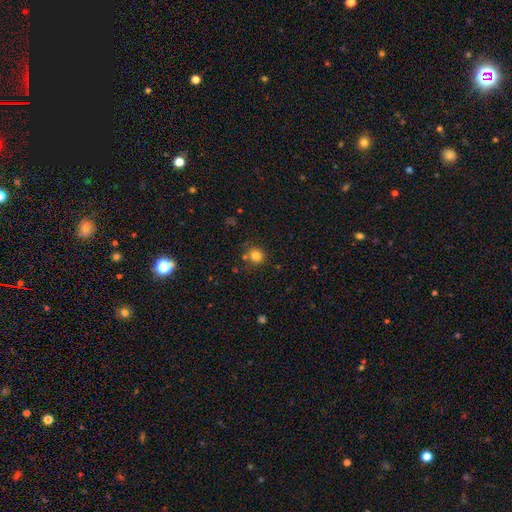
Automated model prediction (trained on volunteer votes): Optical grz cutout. It shows a smooth galaxy with no disk features (81%) that is round (87%). Merging: none (74%).